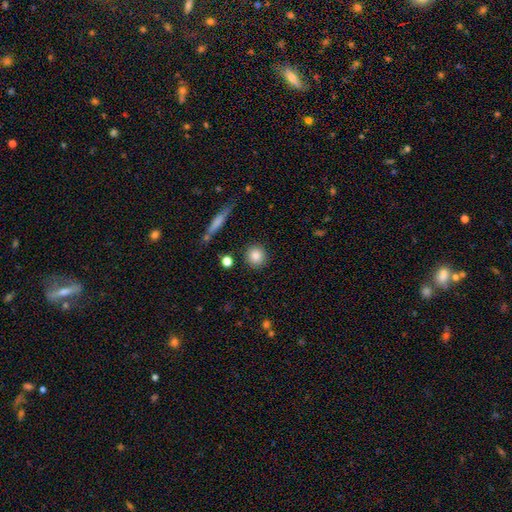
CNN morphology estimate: type=smooth (85%); roundness=round (91%); merging=none (88%).